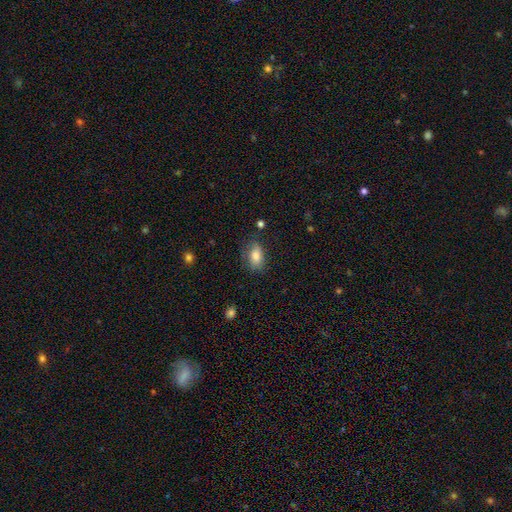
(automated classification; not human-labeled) Smooth or featured: smooth — 82% (featured or disk — 10%)
How rounded: in between — 87% (round — 10%)
Merging: none — 69% (minor disturbance — 23%)